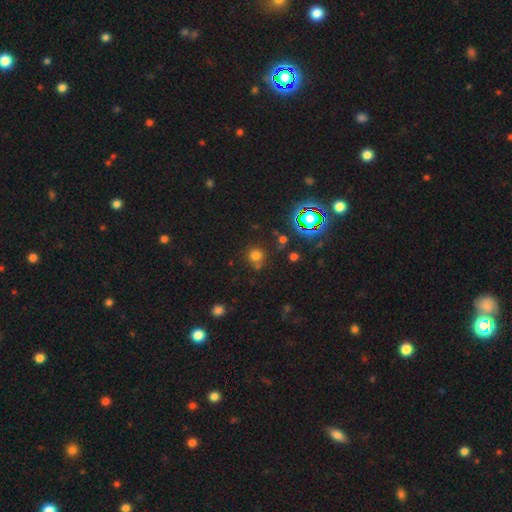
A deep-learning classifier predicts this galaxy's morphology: Q: Smooth or featured?
A: smooth (68%); runner-up: star or artifact (25%)
Q: How rounded?
A: round (90%); runner-up: in between (9%)
Q: Merging?
A: none (72%); runner-up: minor disturbance (12%)